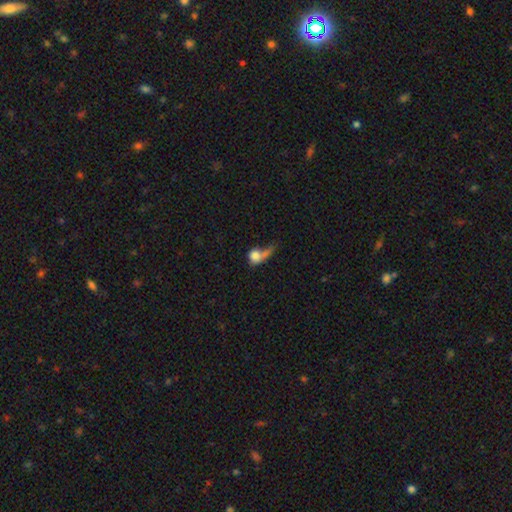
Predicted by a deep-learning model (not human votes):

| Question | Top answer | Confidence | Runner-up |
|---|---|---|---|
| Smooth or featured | smooth | 67% | featured or disk (23%) |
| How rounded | round | 57% | in between (37%) |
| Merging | major disturbance | 42% | merger (23%) |